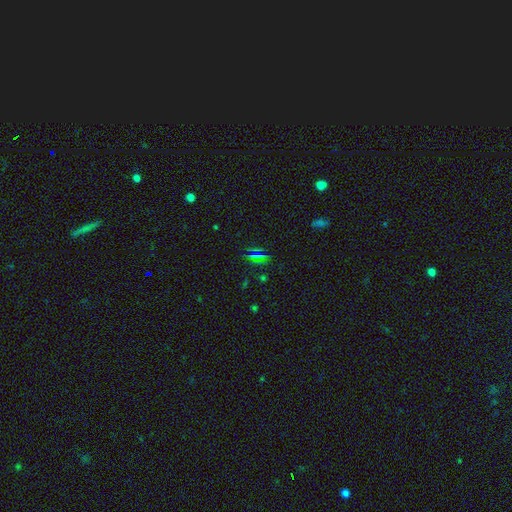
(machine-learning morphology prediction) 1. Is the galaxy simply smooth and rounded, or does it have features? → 50% star or artifact, 38% smooth, 12% featured or disk.